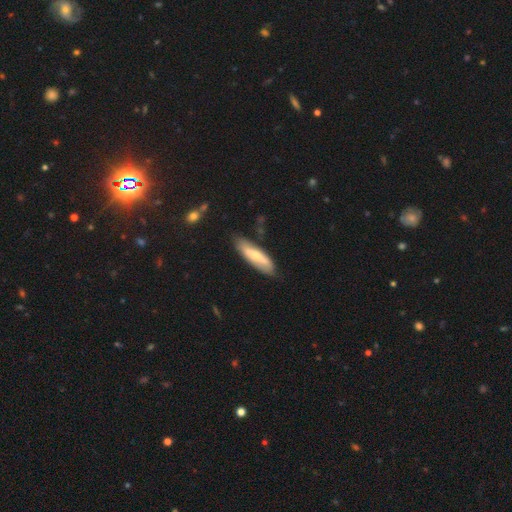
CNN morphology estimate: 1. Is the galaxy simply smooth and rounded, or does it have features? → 48% smooth, 47% featured or disk, 5% star or artifact.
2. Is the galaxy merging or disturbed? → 75% none, 18% minor disturbance, 4% major disturbance, 2% merger.